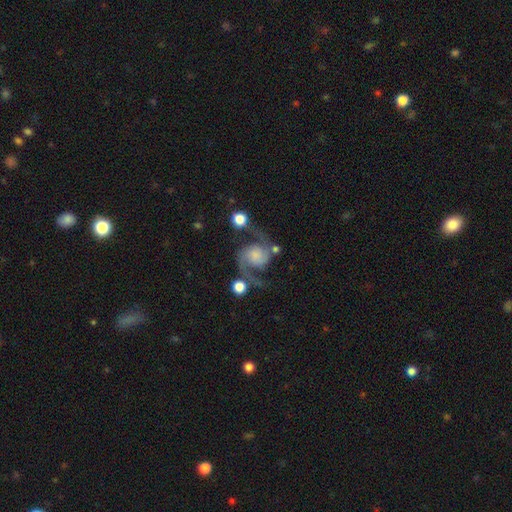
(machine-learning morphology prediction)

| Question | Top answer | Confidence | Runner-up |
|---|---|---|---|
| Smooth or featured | featured or disk | 90% | smooth (5%) |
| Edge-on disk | no | 98% | yes (2%) |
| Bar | no | 71% | weak (24%) |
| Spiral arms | yes | 98% | no (2%) |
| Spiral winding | medium | 45% | tied: loose (45%) |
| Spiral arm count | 2 | 94% | can't tell (1%) |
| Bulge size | none | 34% | small (32%) |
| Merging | none | 67% | minor disturbance (16%) |